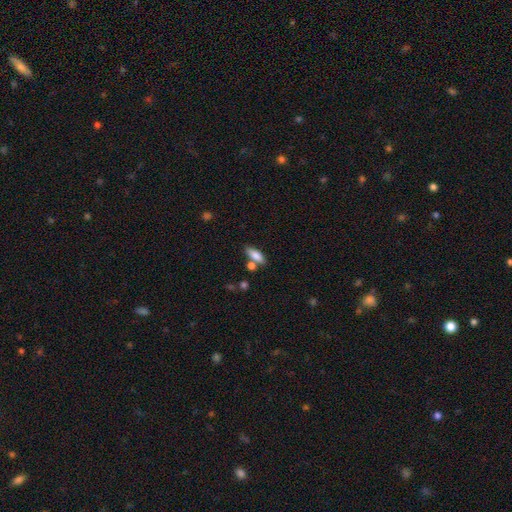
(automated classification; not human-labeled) Smooth or featured? smooth (81%)
How rounded? in between (64%)
Merging? none (66%)